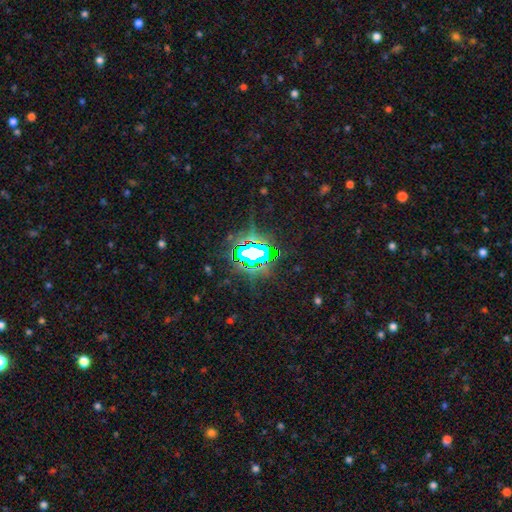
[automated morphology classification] A star or artifact, not a galaxy (84%).

Vote fractions:
- Smooth or featured? star or artifact: 84% / smooth: 10% / featured or disk: 6%